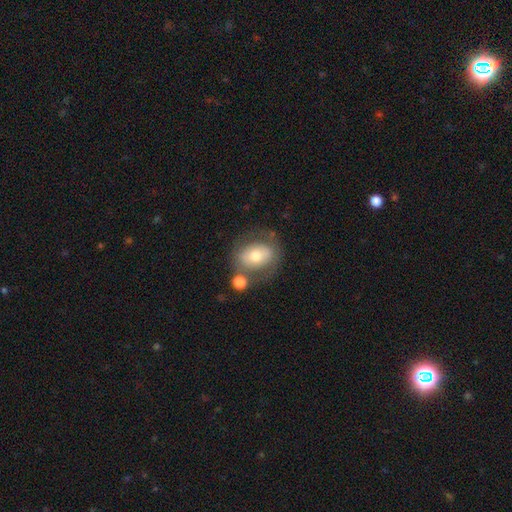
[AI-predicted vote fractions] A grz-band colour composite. It shows a smooth galaxy with no disk features (59%) that is in between round and cigar-shaped (58%). Merging: none (60%).